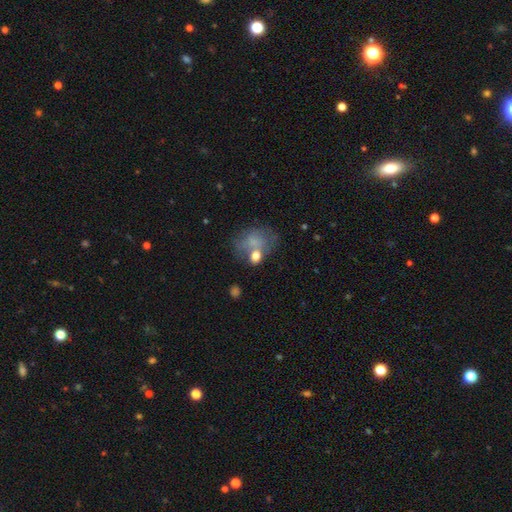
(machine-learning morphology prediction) smooth_or_featured: smooth (p=0.63) [alt: featured or disk p=0.25]
how_rounded: in between (p=0.65) [alt: round p=0.34]
merging: none (p=0.31) [alt: merger p=0.26]